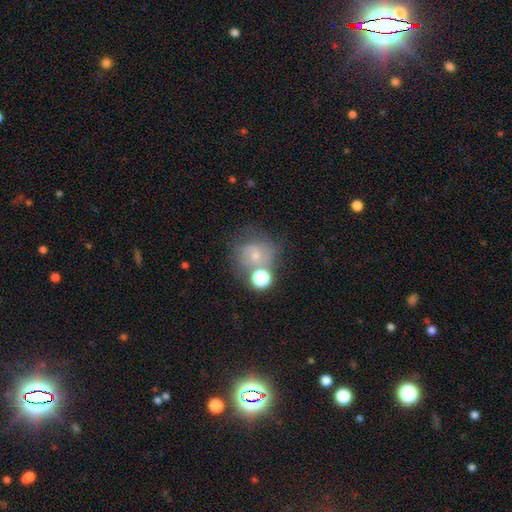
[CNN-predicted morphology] Q: Smooth or featured?
A: smooth (51%); runner-up: featured or disk (31%)
Q: How rounded?
A: round (79%); runner-up: in between (20%)
Q: Merging?
A: none (49%); runner-up: merger (21%)